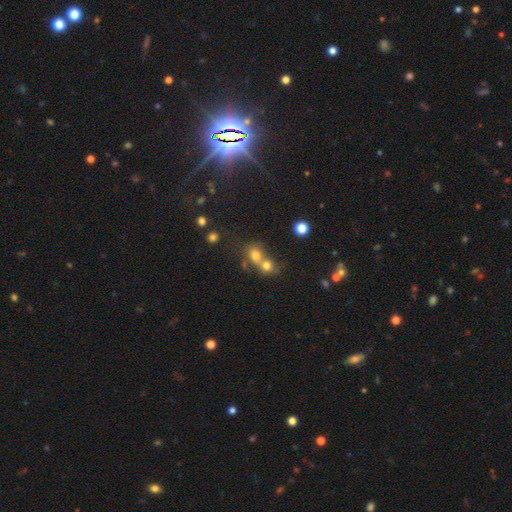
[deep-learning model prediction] smooth-or-featured: smooth: 72% | star or artifact: 15% | featured or disk: 13%
  how-rounded: round: 73% | in between: 26% | cigar-shaped: 1%
  merging: merger: 60% | none: 30% | minor disturbance: 6% | major disturbance: 3%